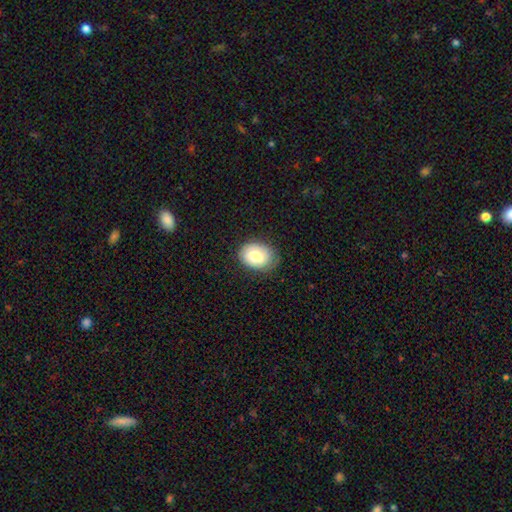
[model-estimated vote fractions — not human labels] smooth 75%, featured or disk 17%, star or artifact 8%. Down the decision tree: how rounded — in between (65%); merging — none (78%).